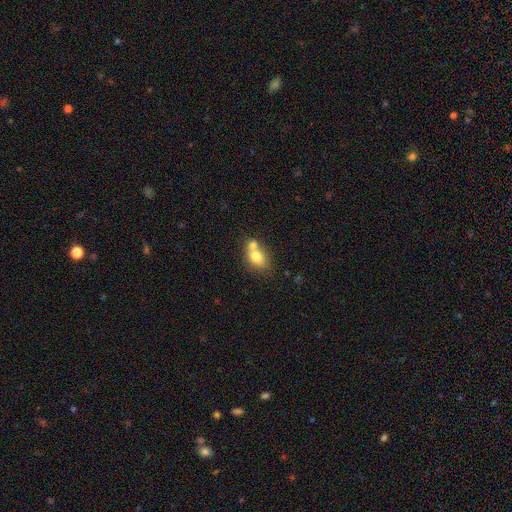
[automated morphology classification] The model was most divided on "merging": merger: 51%, none: 35%, minor disturbance: 10%, major disturbance: 4%. More confident: smooth or featured — smooth (74%); how rounded — in between (66%).